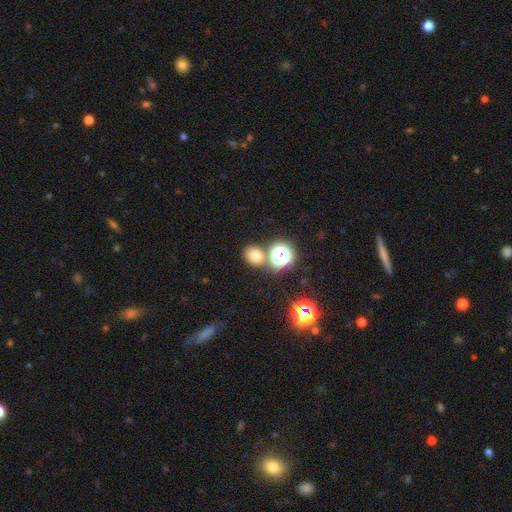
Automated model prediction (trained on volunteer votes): This appears to be a smooth galaxy with no disk features (71%) that is round (62%). Merging: none (73%).